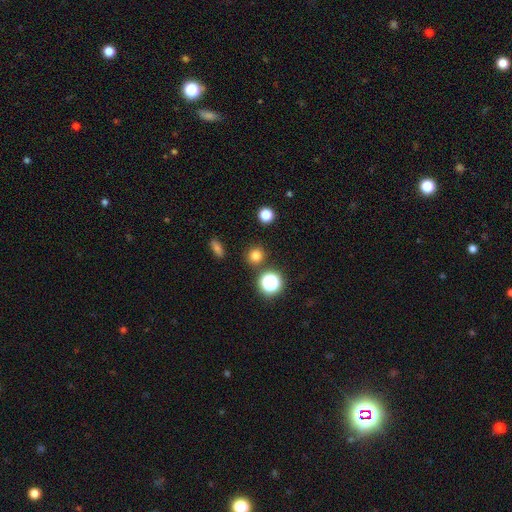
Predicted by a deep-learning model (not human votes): smooth_or_featured: smooth (p=0.76) [alt: star or artifact p=0.19]
how_rounded: round (p=0.90) [alt: in between p=0.09]
merging: none (p=0.86) [alt: minor disturbance p=0.07]